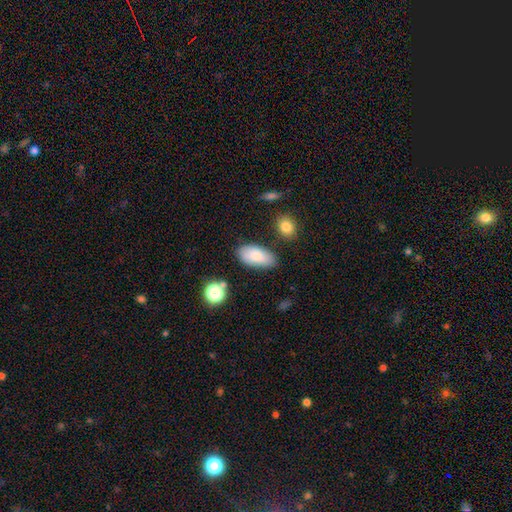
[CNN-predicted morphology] A smooth galaxy with no disk features (83%) that is in between round and cigar-shaped (93%).

Vote fractions:
- Smooth or featured? smooth: 83% / featured or disk: 10% / star or artifact: 7%
- How rounded? in between: 93% / cigar-shaped: 4% / round: 3%
- Merging? none: 75% / minor disturbance: 17% / merger: 5% / major disturbance: 4%